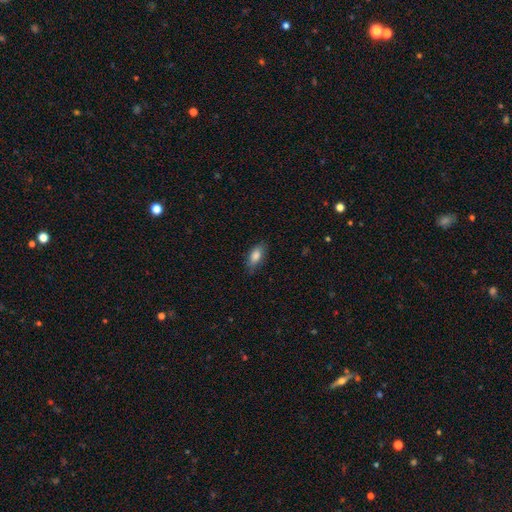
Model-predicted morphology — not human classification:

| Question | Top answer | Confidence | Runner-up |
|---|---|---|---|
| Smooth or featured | smooth | 82% | featured or disk (11%) |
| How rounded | in between | 84% | cigar-shaped (13%) |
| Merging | none | 81% | minor disturbance (15%) |